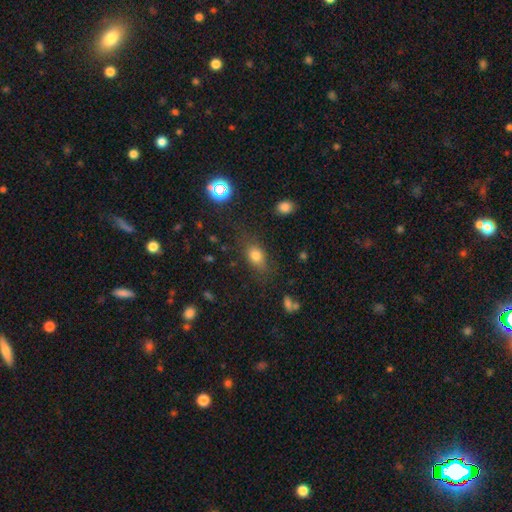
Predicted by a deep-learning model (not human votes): Smooth or featured? smooth (76%)
How rounded? in between (71%)
Merging? none (73%)